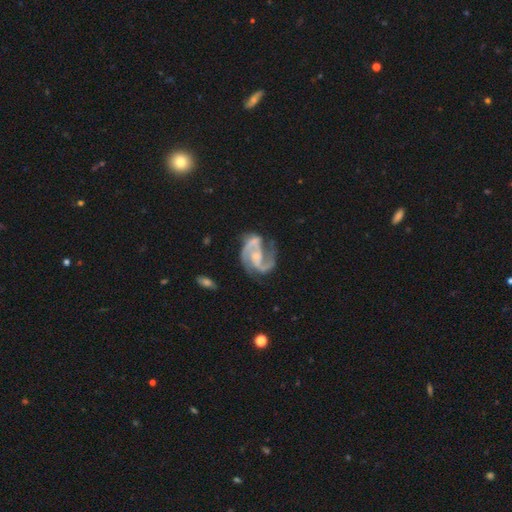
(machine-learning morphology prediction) Q: Smooth or featured?
A: featured or disk (91%); runner-up: star or artifact (4%)
Q: Edge-on disk?
A: no (98%); runner-up: yes (2%)
Q: Bar?
A: weak (42%); runner-up: no (39%)
Q: Spiral arms?
A: yes (98%); runner-up: no (2%)
Q: Spiral winding?
A: medium (59%); runner-up: tight (21%)
Q: Spiral arm count?
A: 2 (87%); runner-up: 3 (5%)
Q: Bulge size?
A: small (49%); runner-up: moderate (29%)
Q: Merging?
A: none (57%); runner-up: minor disturbance (22%)